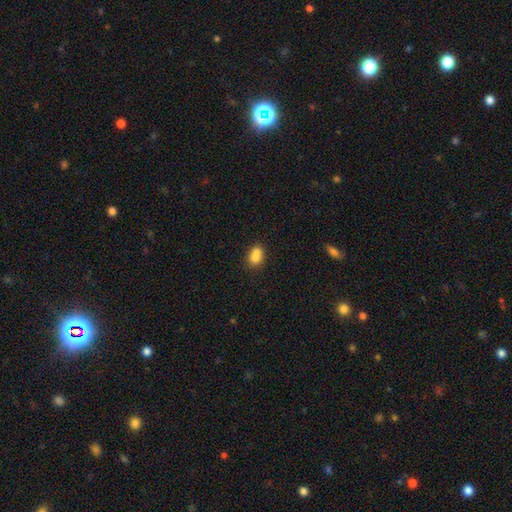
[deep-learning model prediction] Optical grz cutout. It shows a smooth galaxy with no disk features (74%) that is in between round and cigar-shaped (52%). Merging: merger (52%).